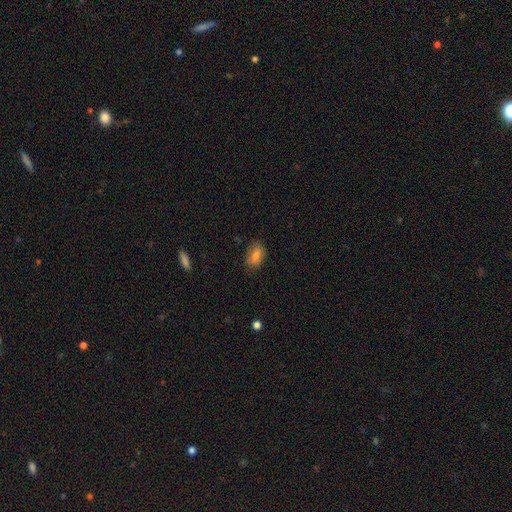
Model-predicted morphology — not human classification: A smooth galaxy with no disk features (74%) that is in between round and cigar-shaped (89%). Merging: none (78%).